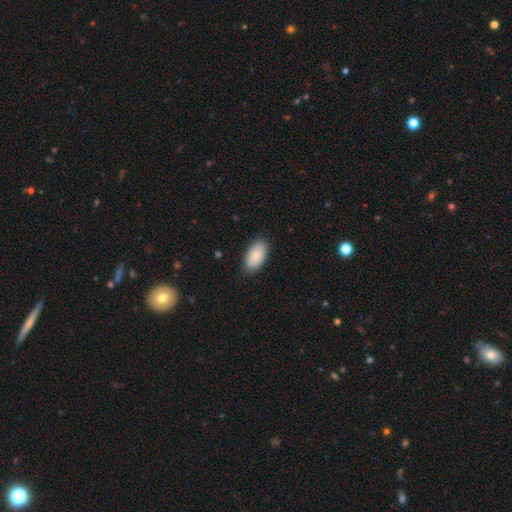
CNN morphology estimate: Smooth or featured?
  - smooth: 86% *
  - featured or disk: 8%
  - star or artifact: 6%
How rounded?
  - in between: 95% *
  - round: 3%
  - cigar-shaped: 2%
Merging?
  - none: 86% *
  - minor disturbance: 11%
  - major disturbance: 2%
  - merger: 1%